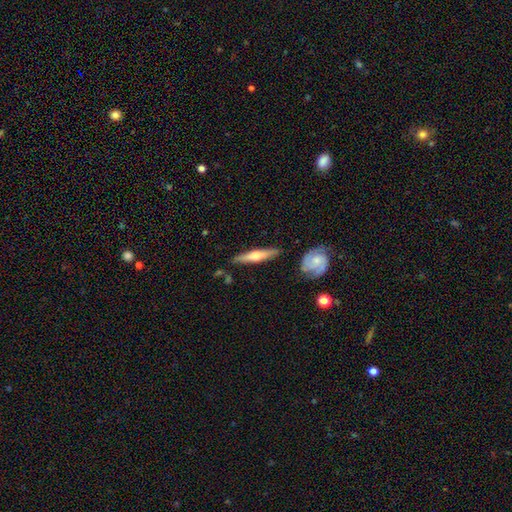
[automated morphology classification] featured or disk 60%, smooth 35%, star or artifact 5%. Down the decision tree: edge-on disk — yes (92%); edge-on bulge — rounded (84%); merging — none (84%).